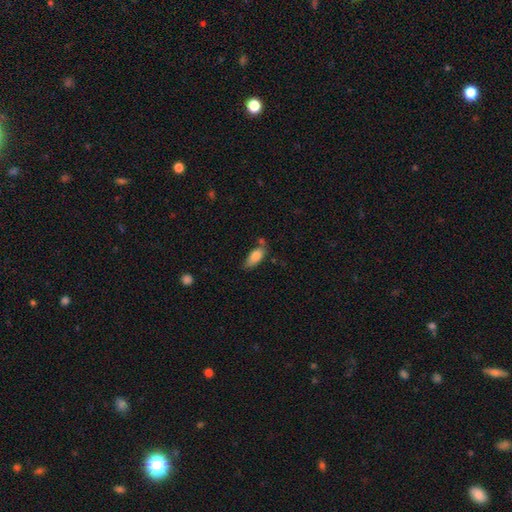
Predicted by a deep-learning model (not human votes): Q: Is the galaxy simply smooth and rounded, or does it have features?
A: smooth — 79%.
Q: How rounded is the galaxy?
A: in between — 82%.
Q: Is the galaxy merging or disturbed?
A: none — 52%.